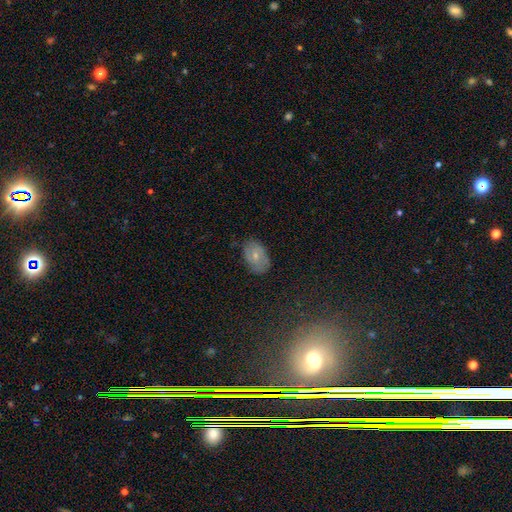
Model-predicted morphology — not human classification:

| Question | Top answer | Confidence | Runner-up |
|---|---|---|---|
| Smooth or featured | smooth | 55% | featured or disk (35%) |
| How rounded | in between | 86% | round (13%) |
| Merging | none | 76% | minor disturbance (19%) |